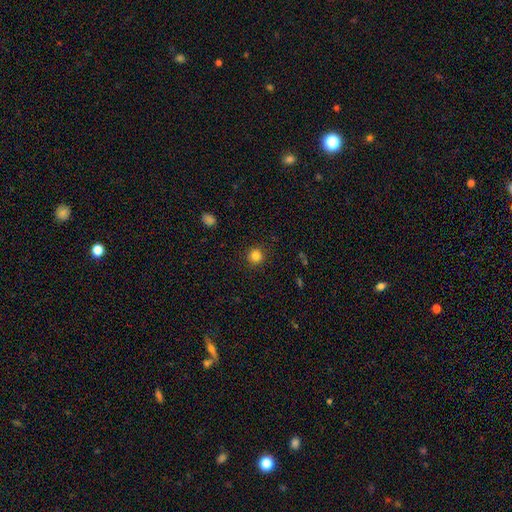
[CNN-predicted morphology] smooth_or_featured: smooth (p=0.83) [alt: star or artifact p=0.12]
how_rounded: round (p=0.93) [alt: in between p=0.06]
merging: none (p=0.91) [alt: minor disturbance p=0.06]